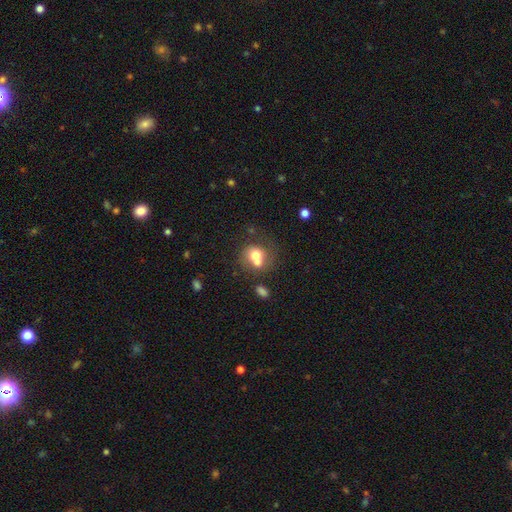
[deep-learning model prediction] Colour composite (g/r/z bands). It shows a smooth galaxy with no disk features (68%) that is round (61%). Merging: merger (50%).